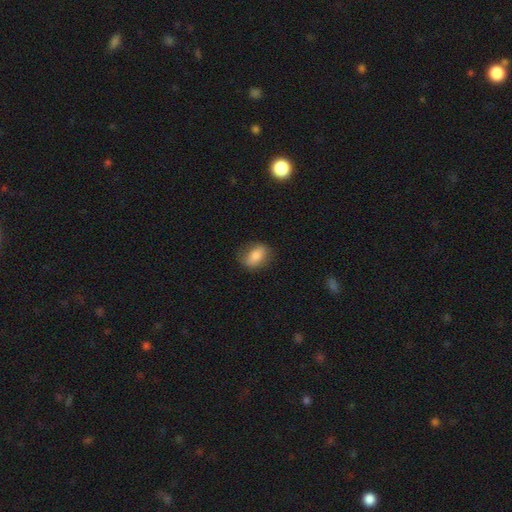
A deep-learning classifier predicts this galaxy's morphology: type=smooth (76%); roundness=in between (77%); merging=none (76%).